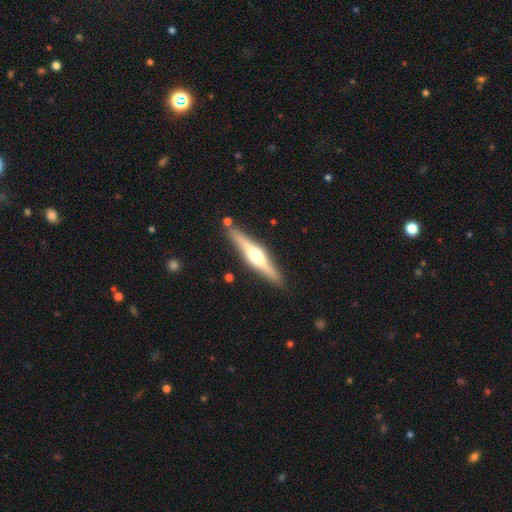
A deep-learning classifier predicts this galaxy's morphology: The model was most divided on "smooth or featured": featured or disk: 73%, smooth: 22%, star or artifact: 5%. More confident: edge-on disk — yes (97%); edge-on bulge — rounded (93%); merging — none (85%).